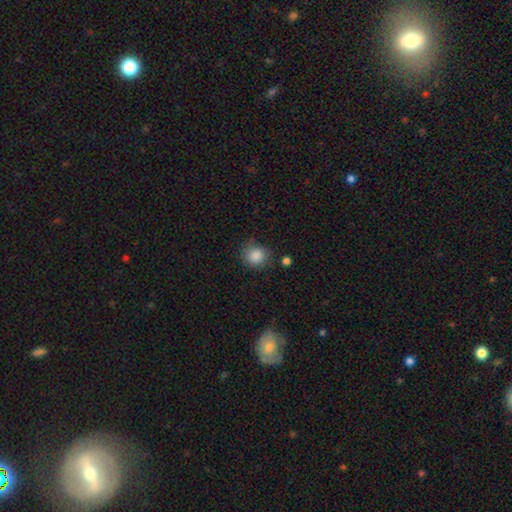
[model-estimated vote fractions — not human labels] A smooth galaxy with no disk features (87%) that is round (80%).

Vote fractions:
- Smooth or featured? smooth: 87% / star or artifact: 9% / featured or disk: 4%
- How rounded? round: 80% / in between: 19% / cigar-shaped: 1%
- Merging? none: 74% / minor disturbance: 19% / major disturbance: 5% / merger: 3%